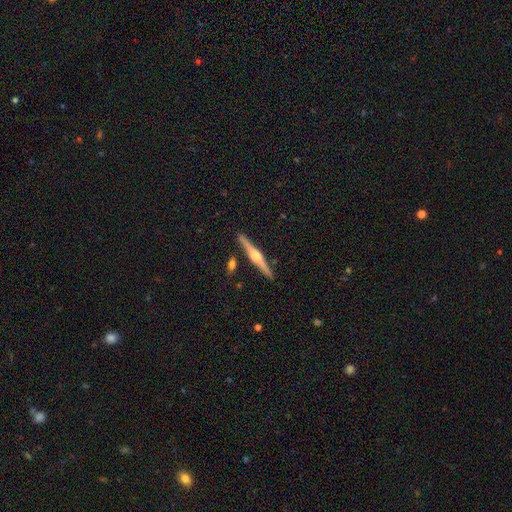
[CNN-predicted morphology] Smooth or featured? Predicted: featured or disk (p=0.80). Edge-on disk? Predicted: yes (p=0.98). Edge-on bulge? Predicted: rounded (p=0.90). Merging? Predicted: none (p=0.89).